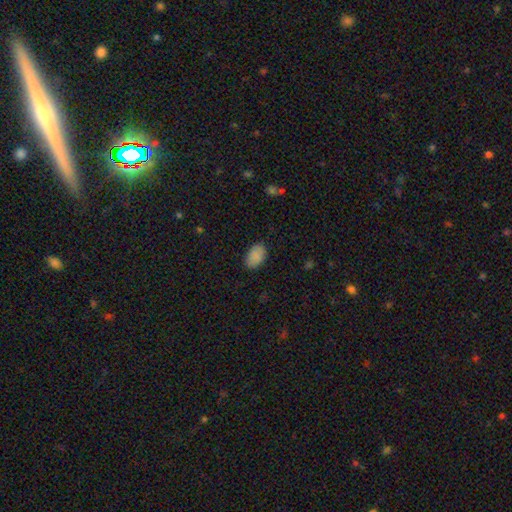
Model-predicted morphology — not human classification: A smooth galaxy with no disk features (88%) that is in between round and cigar-shaped (91%).

Vote fractions:
- Smooth or featured? smooth: 88% / star or artifact: 7% / featured or disk: 4%
- How rounded? in between: 91% / round: 8% / cigar-shaped: 1%
- Merging? none: 85% / minor disturbance: 12% / major disturbance: 3% / merger: 1%